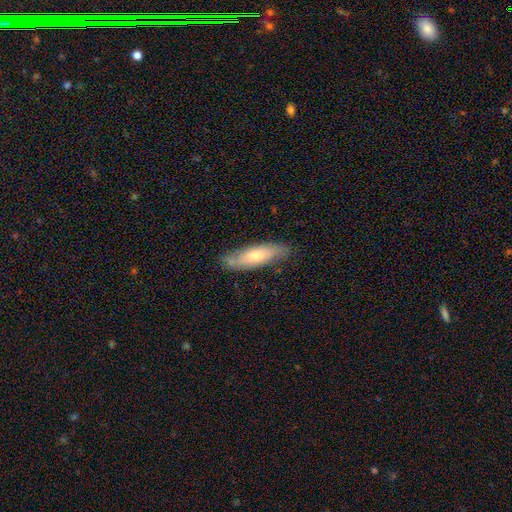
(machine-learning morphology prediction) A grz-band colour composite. It shows a smooth galaxy with no disk features (53%) that is cigar-shaped (50%). Merging: none (76%).